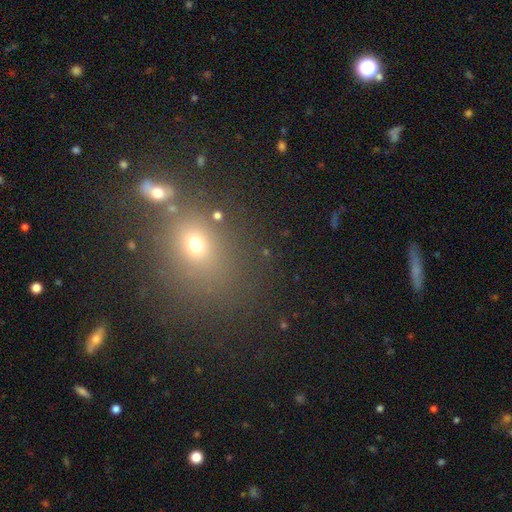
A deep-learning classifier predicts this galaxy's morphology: This appears to be a smooth galaxy with no disk features (51%) that is round (66%). Merging: none (71%).